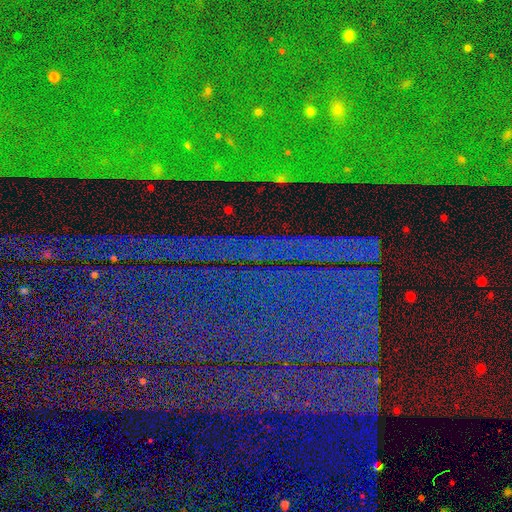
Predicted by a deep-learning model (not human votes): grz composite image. It shows a star or artifact, not a galaxy (89%).